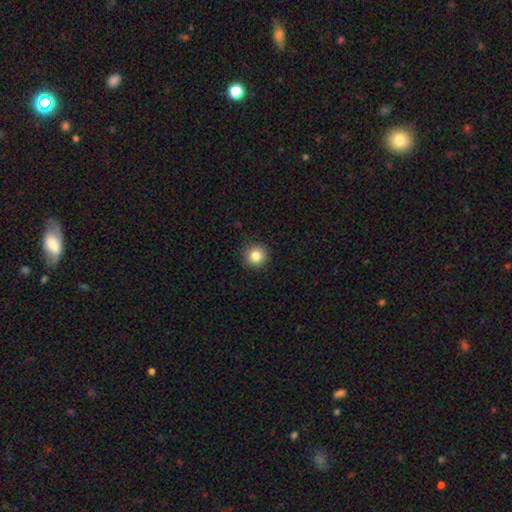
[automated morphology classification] smooth_or_featured: smooth (p=0.83) [alt: star or artifact p=0.11]
how_rounded: round (p=0.94) [alt: in between p=0.05]
merging: none (p=0.92) [alt: minor disturbance p=0.05]